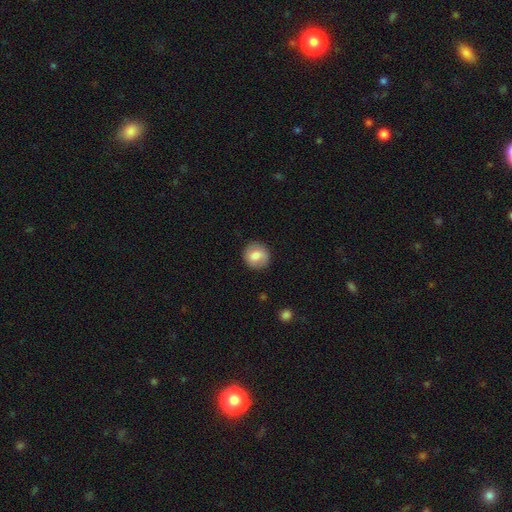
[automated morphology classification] This is likely a smooth galaxy (75%). How rounded: clearly round (84%). Merging: clearly none (85%).